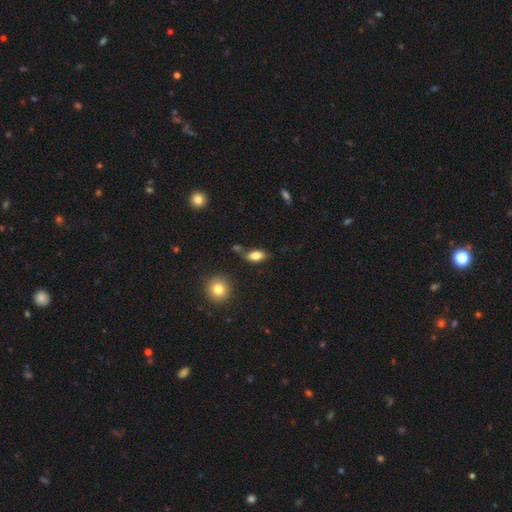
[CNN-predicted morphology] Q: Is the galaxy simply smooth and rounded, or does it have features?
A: smooth — 81%.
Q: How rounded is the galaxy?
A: in between — 87%.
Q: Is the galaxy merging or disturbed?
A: none — 67%.